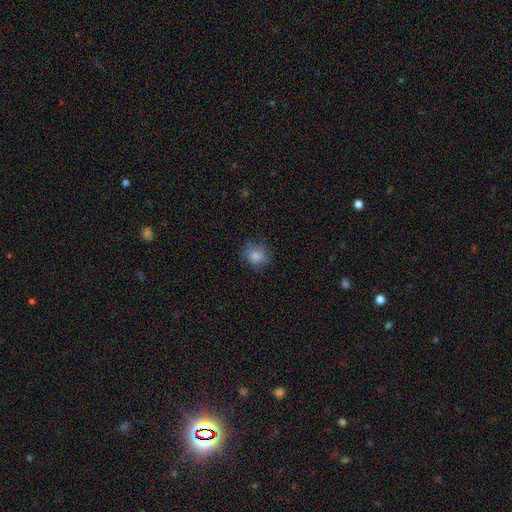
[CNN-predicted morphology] Smooth or featured? smooth (78%)
How rounded? round (76%)
Merging? none (70%)